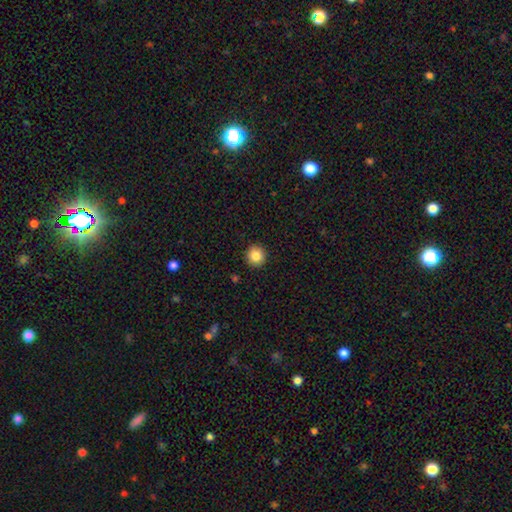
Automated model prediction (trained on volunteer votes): smooth_or_featured: smooth (p=0.85) [alt: star or artifact p=0.10]
how_rounded: round (p=0.93) [alt: in between p=0.06]
merging: none (p=0.92) [alt: minor disturbance p=0.05]